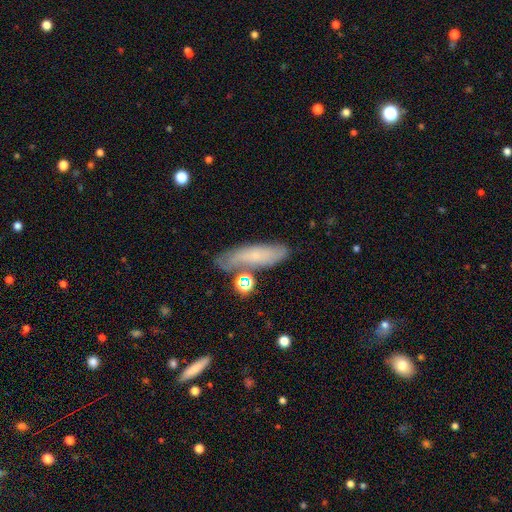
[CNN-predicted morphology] Smooth or featured? smooth (59%)
How rounded? cigar-shaped (56%)
Merging? none (63%)